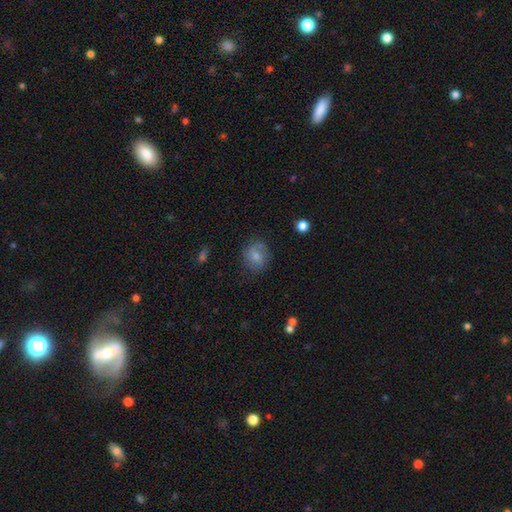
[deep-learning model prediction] smooth-or-featured: smooth: 62% | featured or disk: 29% | star or artifact: 9%
  how-rounded: round: 66% | in between: 33% | cigar-shaped: 1%
  merging: none: 68% | minor disturbance: 22% | major disturbance: 9% | merger: 2%